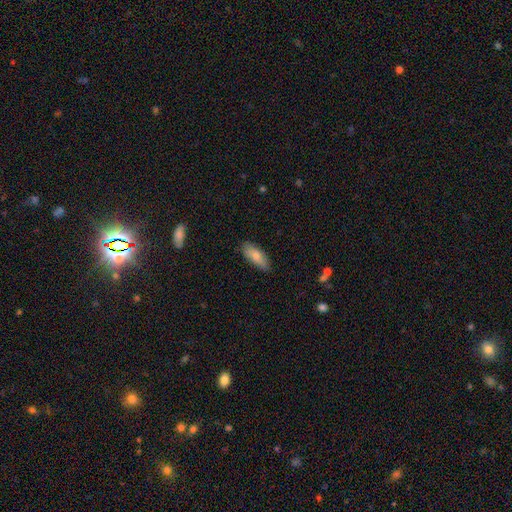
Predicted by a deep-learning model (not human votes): This is likely a smooth galaxy (79%). How rounded: likely in between (72%). Merging: clearly none (81%).